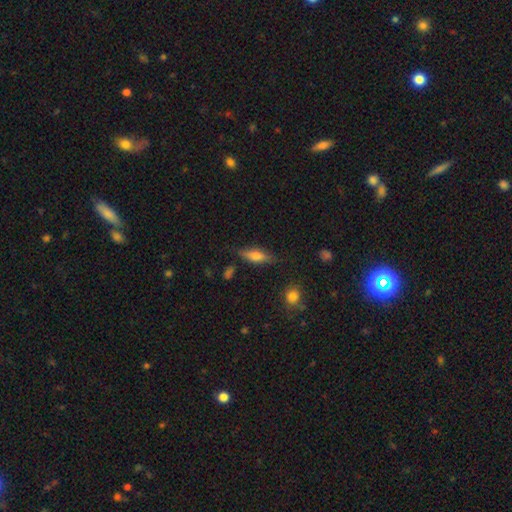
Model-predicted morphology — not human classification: smooth 55%, featured or disk 37%, star or artifact 8%. Down the decision tree: how rounded — in between (49%); merging — none (78%).